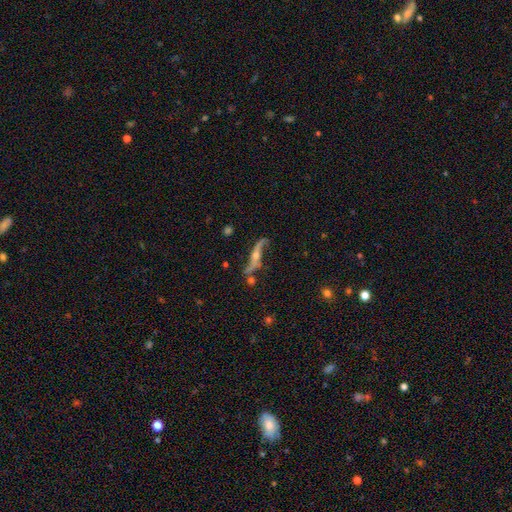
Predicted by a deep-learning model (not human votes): Q: Smooth or featured?
A: featured or disk (79%); runner-up: smooth (13%)
Q: Edge-on disk?
A: yes (52%); runner-up: no (48%)
Q: Merging?
A: none (59%); runner-up: minor disturbance (21%)